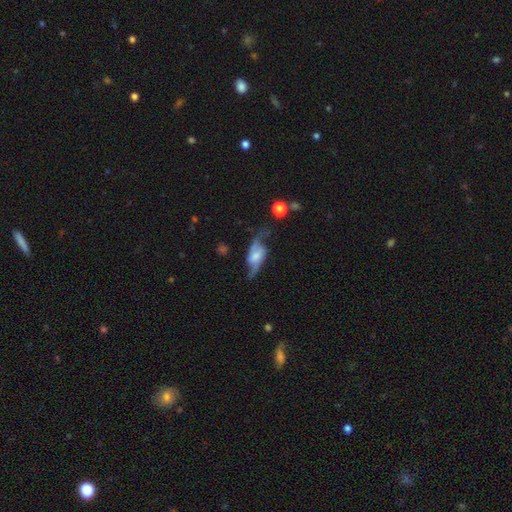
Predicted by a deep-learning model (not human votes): Smooth or featured: featured or disk — 77% (smooth — 17%)
Edge-on disk: no — 86% (yes — 14%)
Bar: no — 42% (weak — 40%)
Spiral arms: yes — 92% (no — 8%)
Spiral winding: loose — 73% (medium — 21%)
Spiral arm count: 2 — 91% (can't tell — 4%)
Bulge size: moderate — 34% (small — 33%)
Merging: none — 61% (minor disturbance — 21%)